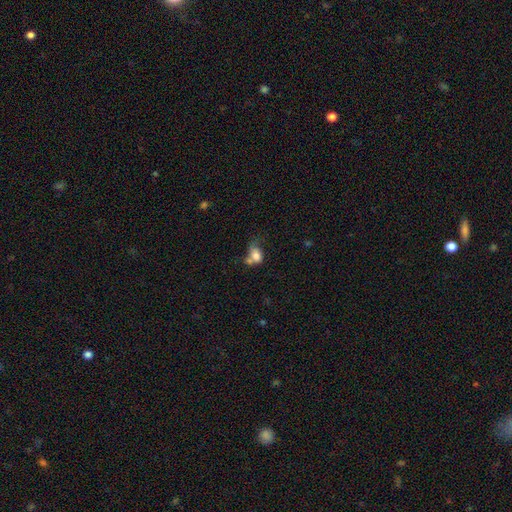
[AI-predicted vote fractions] A smooth galaxy with no disk features (73%) that is in between round and cigar-shaped (71%).

Vote fractions:
- Smooth or featured? smooth: 73% / featured or disk: 17% / star or artifact: 10%
- How rounded? in between: 71% / round: 28% / cigar-shaped: 2%
- Merging? merger: 39% / none: 22% / minor disturbance: 20% / major disturbance: 19%